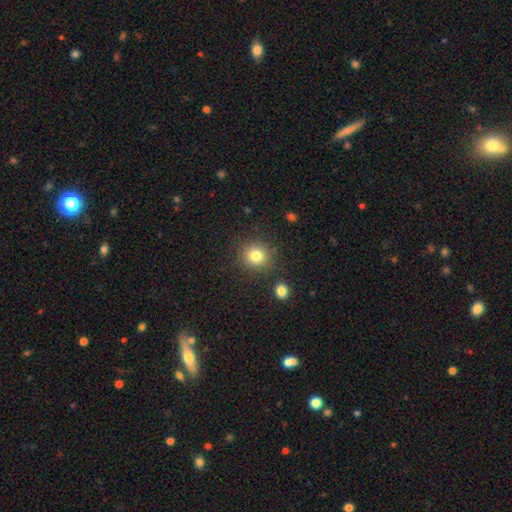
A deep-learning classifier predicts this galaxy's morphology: A smooth galaxy with no disk features (80%) that is round (88%). Merging: none (86%).